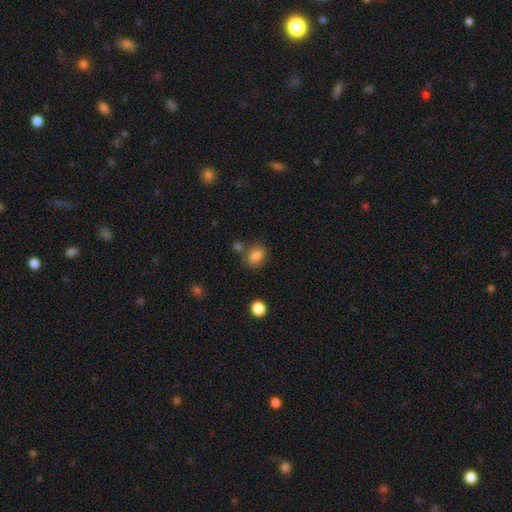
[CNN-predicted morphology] Overall: smooth (84%). How rounded: in between (63%; round 36%). Merging: none (67%).